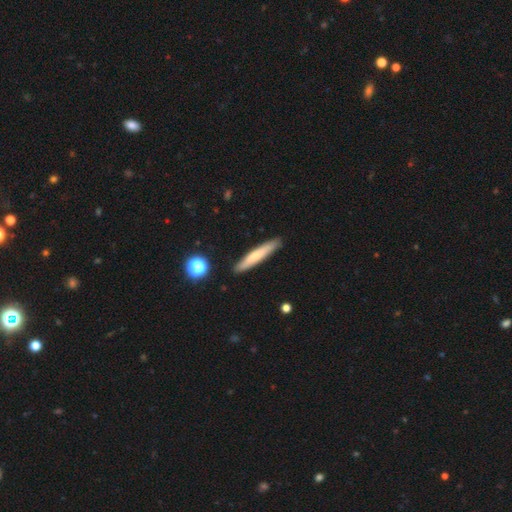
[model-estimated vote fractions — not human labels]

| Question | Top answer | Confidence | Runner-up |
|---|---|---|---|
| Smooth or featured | smooth | 63% | featured or disk (31%) |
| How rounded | cigar-shaped | 92% | in between (6%) |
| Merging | none | 90% | minor disturbance (7%) |